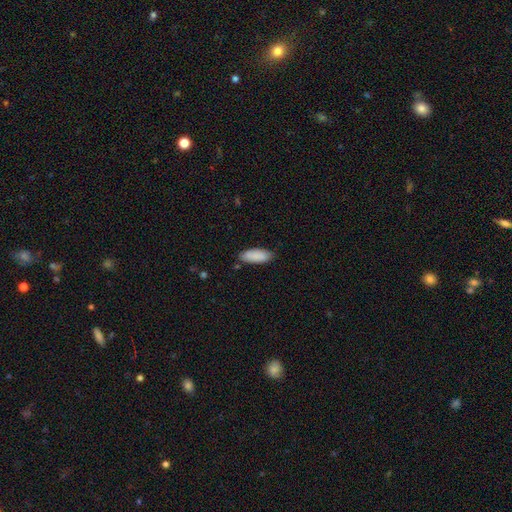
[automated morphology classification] The model was most divided on "how rounded": in between: 79%, cigar-shaped: 20%, round: 2%. More confident: smooth or featured — smooth (88%); merging — none (81%).